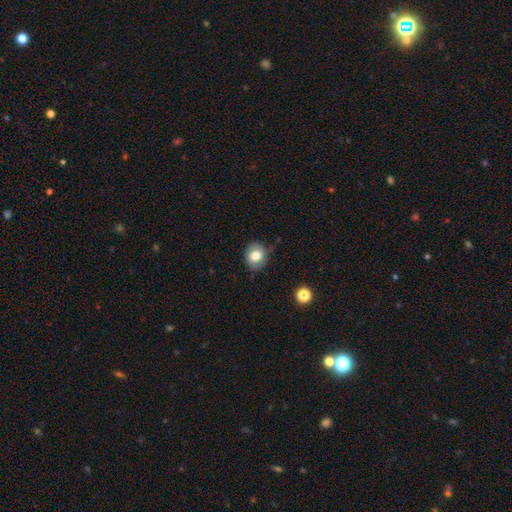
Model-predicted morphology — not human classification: A smooth galaxy with no disk features (75%) that is round (69%). Merging: none (74%).